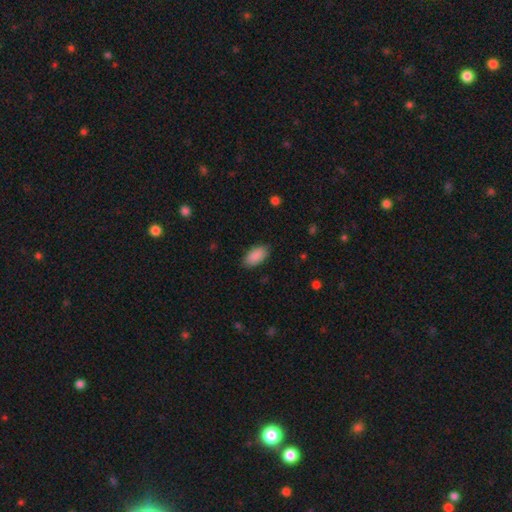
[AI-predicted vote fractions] A smooth galaxy with no disk features (90%) that is in between round and cigar-shaped (95%).

Vote fractions:
- Smooth or featured? smooth: 90% / star or artifact: 6% / featured or disk: 4%
- How rounded? in between: 95% / cigar-shaped: 3% / round: 3%
- Merging? none: 86% / minor disturbance: 11% / major disturbance: 3% / merger: 1%